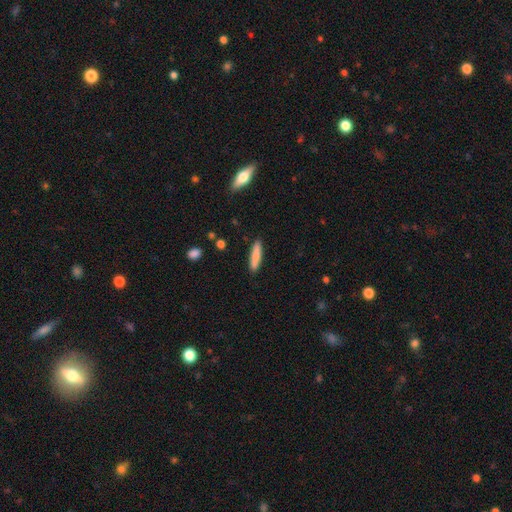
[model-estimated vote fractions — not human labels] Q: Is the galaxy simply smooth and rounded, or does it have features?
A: smooth — 82%.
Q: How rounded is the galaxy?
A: cigar-shaped — 87%.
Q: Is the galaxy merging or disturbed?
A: none — 89%.